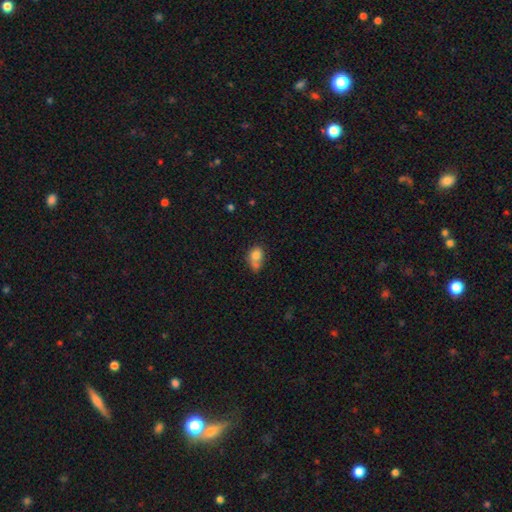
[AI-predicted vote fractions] This is likely a smooth galaxy (76%). How rounded: likely in between (63%). Merging: marginally merger (39%).